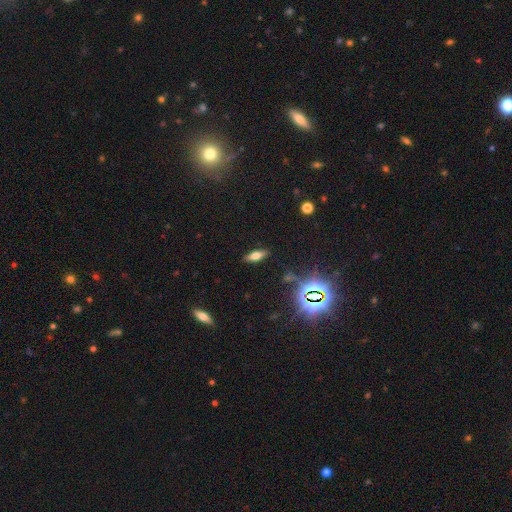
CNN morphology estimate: Q: Smooth or featured?
A: smooth (57%); runner-up: featured or disk (25%)
Q: How rounded?
A: in between (66%); runner-up: cigar-shaped (30%)
Q: Merging?
A: none (87%); runner-up: minor disturbance (9%)